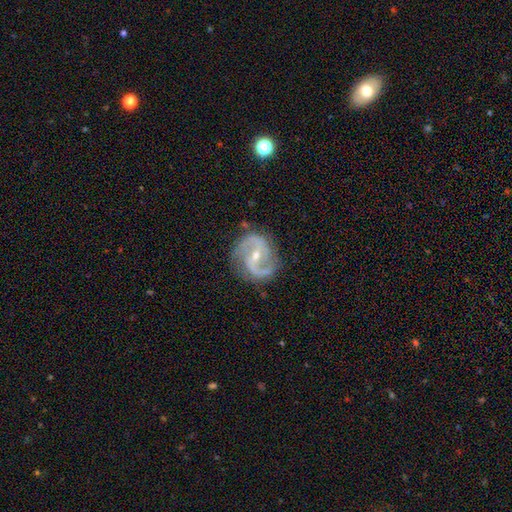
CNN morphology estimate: A featured or disk galaxy (91%) with a weak bar (40%), 2 (93%) medium (57%) spiral arms (97%) and a small central bulge (59%). Merging: none (81%).